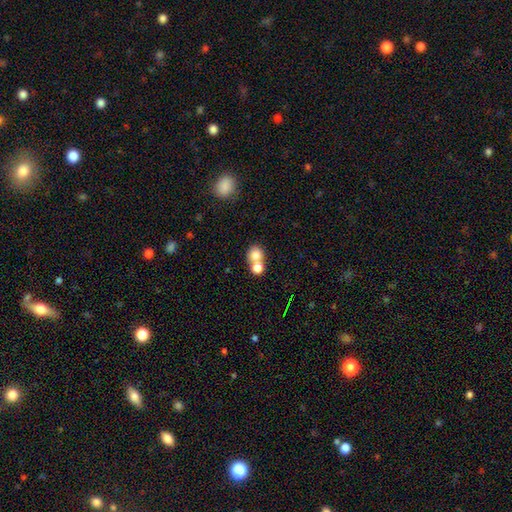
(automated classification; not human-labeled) Smooth or featured? smooth (79%)
How rounded? round (78%)
Merging? merger (55%)